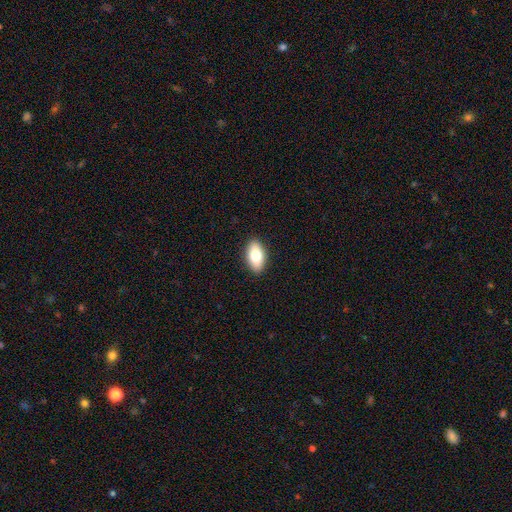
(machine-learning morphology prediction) Smooth or featured: smooth — 77% (featured or disk — 16%)
How rounded: in between — 91% (cigar-shaped — 5%)
Merging: none — 89% (minor disturbance — 8%)